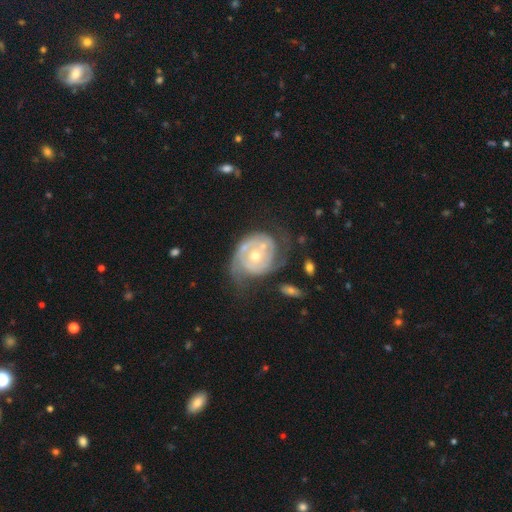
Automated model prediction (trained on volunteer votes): featured or disk 85%, smooth 10%, star or artifact 5%. Down the decision tree: edge-on disk — no (97%); bar — no (73%); spiral arms — yes (92%); spiral arm count — 2 (53%); spiral winding — tight (63%); bulge size — moderate (54%); merging — none (51%).